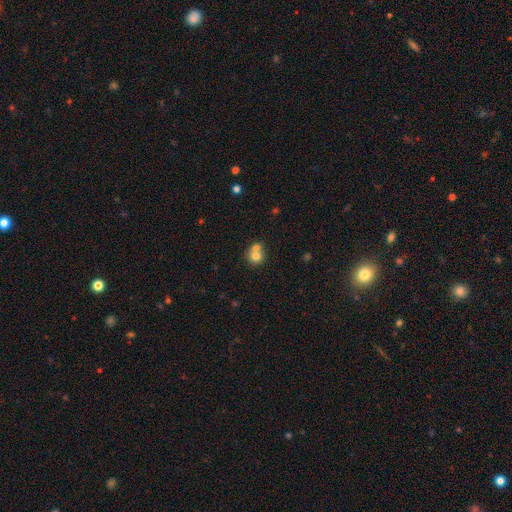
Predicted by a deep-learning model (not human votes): Smooth or featured? smooth (74%)
How rounded? round (84%)
Merging? merger (54%)